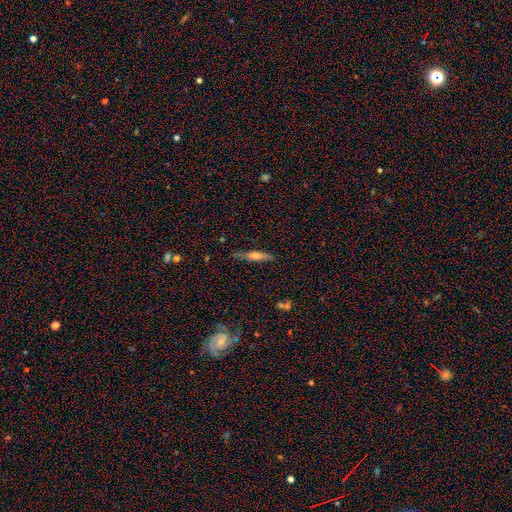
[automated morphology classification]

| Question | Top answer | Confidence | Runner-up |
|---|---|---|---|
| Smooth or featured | featured or disk | 48% | smooth (43%) |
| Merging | none | 81% | minor disturbance (15%) |